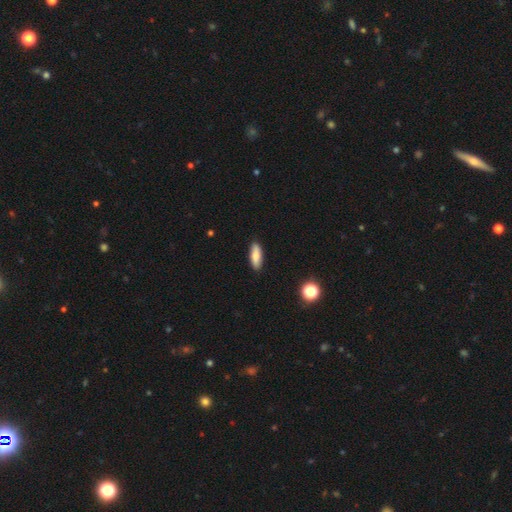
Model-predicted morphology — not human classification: smooth 79%, featured or disk 14%, star or artifact 7%. Down the decision tree: how rounded — in between (59%); merging — none (88%).